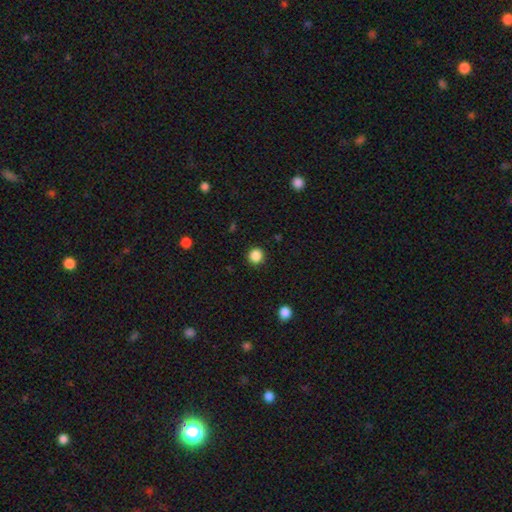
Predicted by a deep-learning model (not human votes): A smooth galaxy with no disk features (87%) that is round (94%). Merging: none (91%).